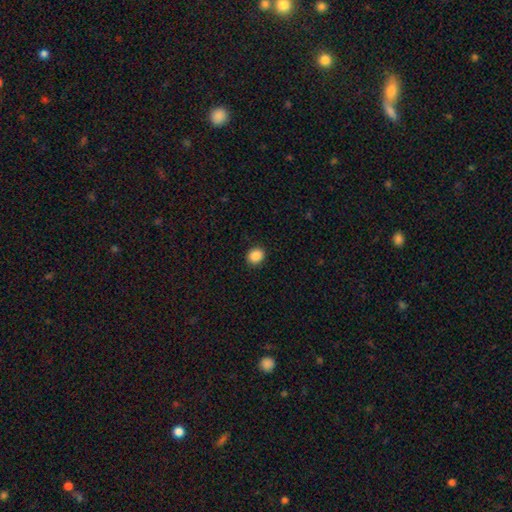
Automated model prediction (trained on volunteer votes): smooth 88%, star or artifact 9%, featured or disk 3%. Down the decision tree: how rounded — round (72%); merging — none (90%).